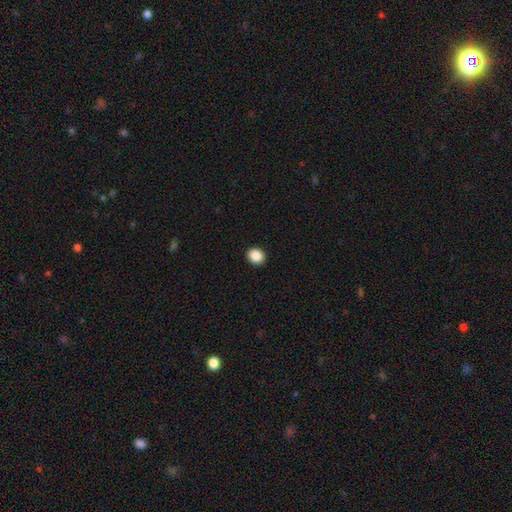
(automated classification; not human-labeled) Overall: smooth (88%). How rounded: round (79%). Merging: none (93%).